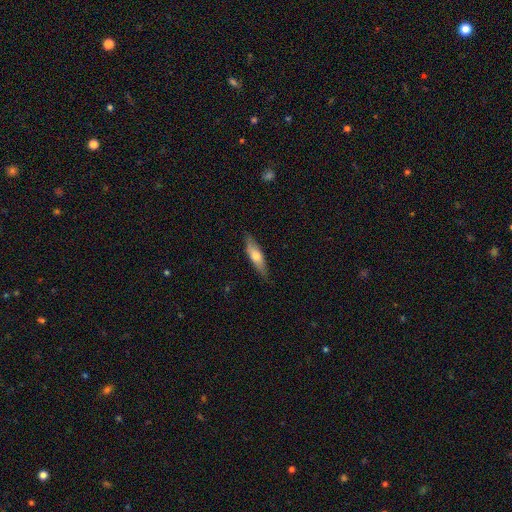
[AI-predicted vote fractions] Morphology: type=smooth (60%); roundness=cigar-shaped (62%); merging=none (84%).